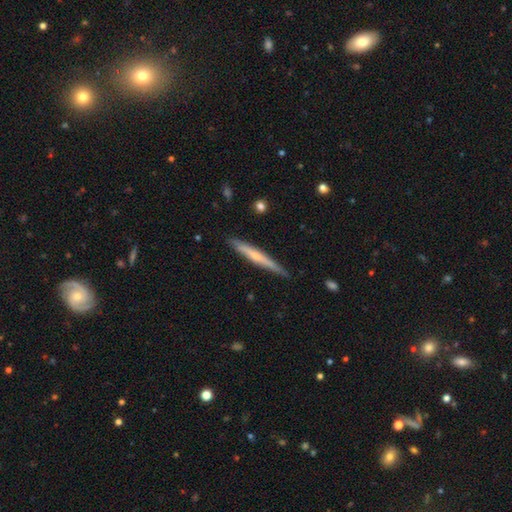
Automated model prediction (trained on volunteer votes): Smooth or featured? Predicted: featured or disk (p=0.53). Edge-on disk? Predicted: yes (p=0.96). Edge-on bulge? Predicted: rounded (p=0.48). Merging? Predicted: none (p=0.87).